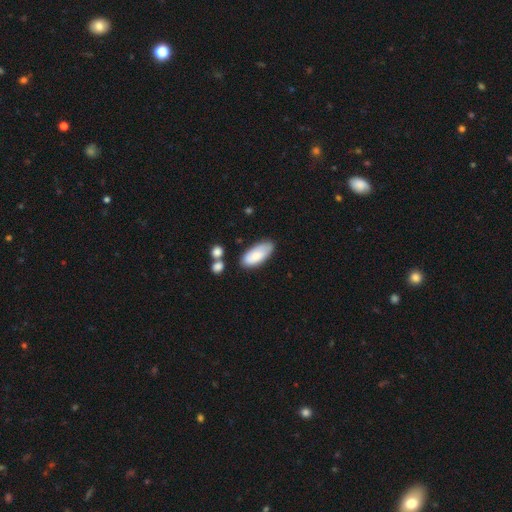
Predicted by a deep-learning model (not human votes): This appears to be a smooth galaxy with no disk features (77%) that is in between round and cigar-shaped (87%). Merging: none (70%).